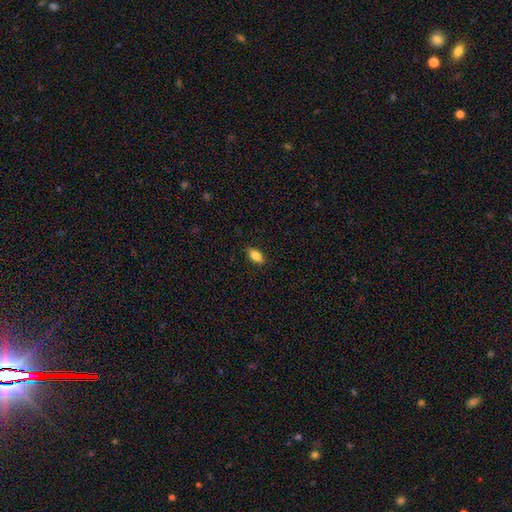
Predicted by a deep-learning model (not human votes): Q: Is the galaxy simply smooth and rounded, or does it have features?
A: smooth — 84%.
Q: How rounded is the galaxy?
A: in between — 86%.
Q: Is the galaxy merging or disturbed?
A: none — 87%.